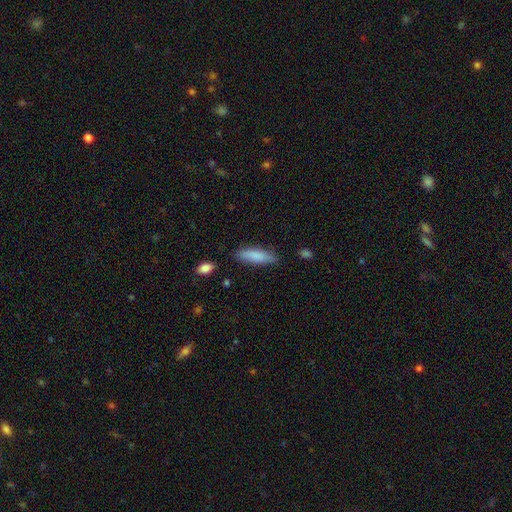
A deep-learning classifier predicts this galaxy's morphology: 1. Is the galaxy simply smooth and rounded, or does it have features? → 82% smooth, 12% featured or disk, 6% star or artifact.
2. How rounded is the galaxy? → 59% cigar-shaped, 39% in between, 2% round.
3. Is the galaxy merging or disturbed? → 77% none, 17% minor disturbance, 3% major disturbance, 2% merger.